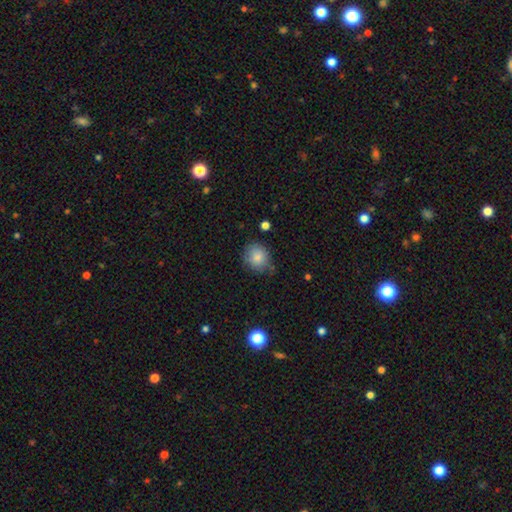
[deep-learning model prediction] A smooth galaxy with no disk features (84%) that is round (73%).

Vote fractions:
- Smooth or featured? smooth: 84% / star or artifact: 9% / featured or disk: 7%
- How rounded? round: 73% / in between: 26% / cigar-shaped: 1%
- Merging? none: 73% / minor disturbance: 20% / major disturbance: 4% / merger: 3%